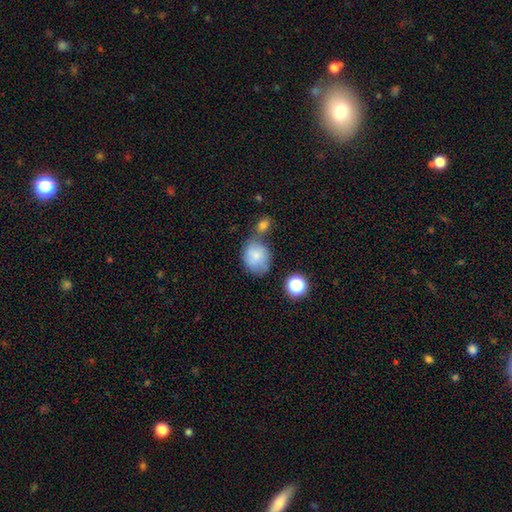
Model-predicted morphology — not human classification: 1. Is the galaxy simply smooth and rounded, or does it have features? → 78% smooth, 13% featured or disk, 9% star or artifact.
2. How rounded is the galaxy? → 56% round, 43% in between, 1% cigar-shaped.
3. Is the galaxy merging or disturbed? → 49% none, 22% minor disturbance, 21% merger, 8% major disturbance.